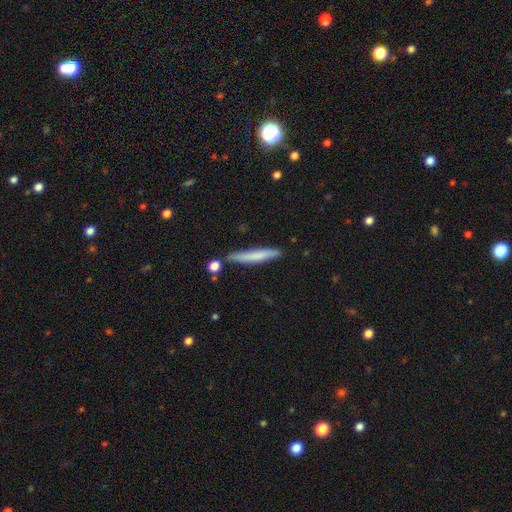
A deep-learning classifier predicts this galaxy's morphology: This appears to be a smooth galaxy with no disk features (69%) that is cigar-shaped (95%). Merging: none (82%).